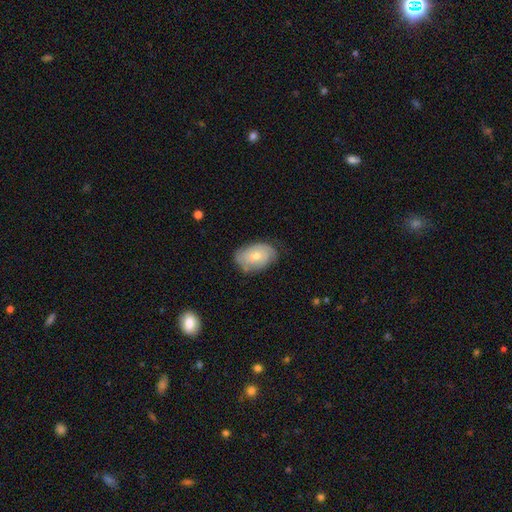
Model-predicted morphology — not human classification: smooth_or_featured: featured or disk (p=0.56) [alt: smooth p=0.37]
disk_edge_on: no (p=0.94) [alt: yes p=0.06]
bar: no (p=0.79) [alt: weak p=0.18]
has_spiral_arms: yes (p=0.77) [alt: no p=0.23]
bulge_size: moderate (p=0.53) [alt: small p=0.43]
merging: none (p=0.72) [alt: minor disturbance p=0.22]